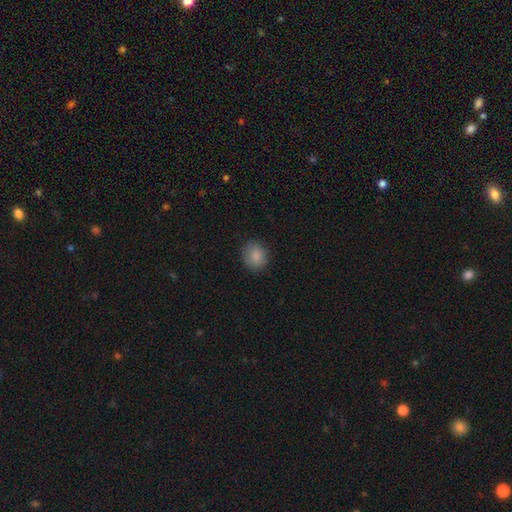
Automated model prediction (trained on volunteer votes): smooth 87%, star or artifact 9%, featured or disk 5%. Down the decision tree: how rounded — round (71%); merging — none (83%).